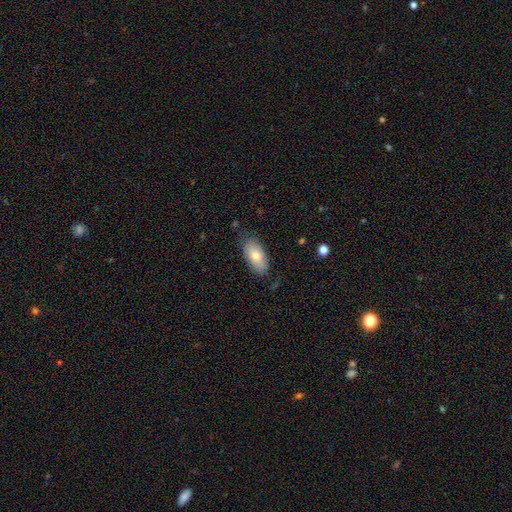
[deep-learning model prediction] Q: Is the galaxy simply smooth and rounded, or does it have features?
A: smooth — 74%.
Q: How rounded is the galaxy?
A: in between — 92%.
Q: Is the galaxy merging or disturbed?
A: none — 77%.